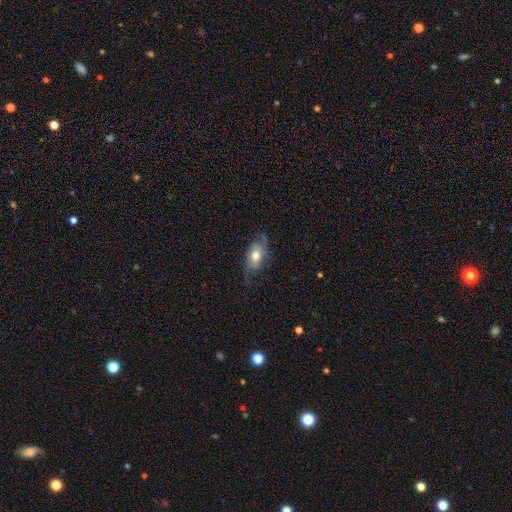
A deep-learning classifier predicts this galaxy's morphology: A smooth galaxy with no disk features (56%) that is in between round and cigar-shaped (86%).

Vote fractions:
- Smooth or featured? smooth: 56% / featured or disk: 37% / star or artifact: 7%
- How rounded? in between: 86% / round: 11% / cigar-shaped: 4%
- Merging? none: 53% / minor disturbance: 28% / major disturbance: 18% / merger: 1%